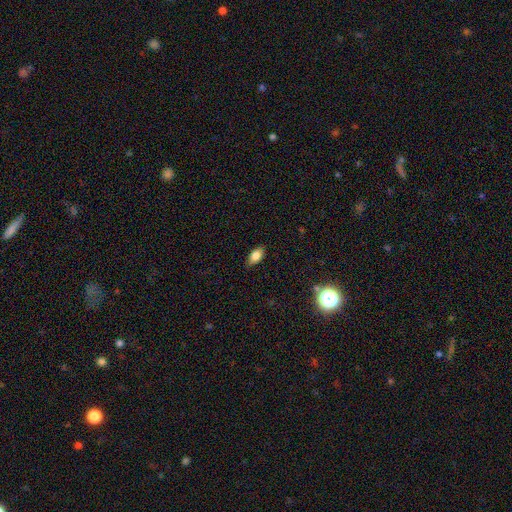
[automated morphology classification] A smooth galaxy with no disk features (81%) that is in between round and cigar-shaped (89%). Merging: none (86%).